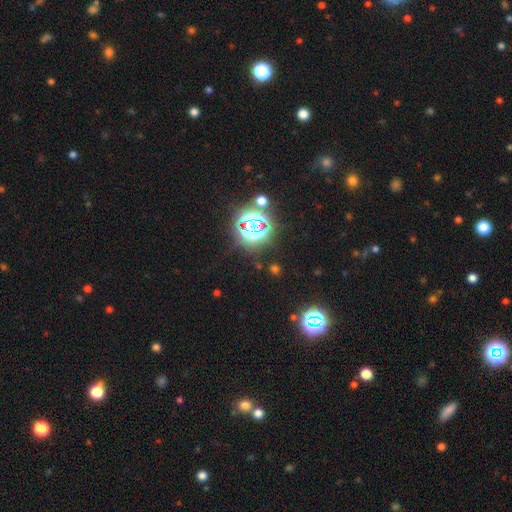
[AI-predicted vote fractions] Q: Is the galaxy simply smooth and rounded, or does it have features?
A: star or artifact — 80%.